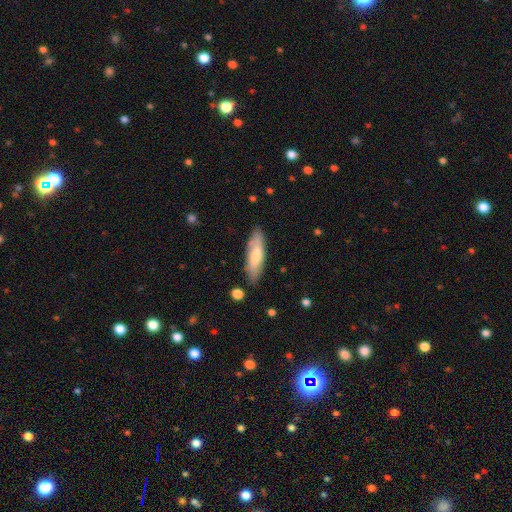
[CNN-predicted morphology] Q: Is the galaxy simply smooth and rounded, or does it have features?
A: smooth — 65%.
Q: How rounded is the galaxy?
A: cigar-shaped — 59%.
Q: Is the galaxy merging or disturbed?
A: none — 83%.